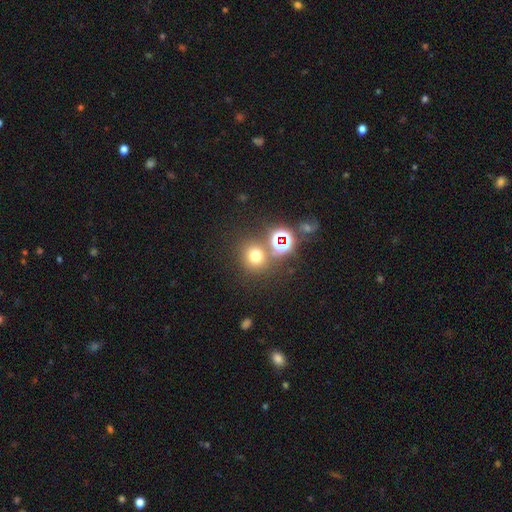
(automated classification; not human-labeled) Smooth or featured? smooth (64%)
How rounded? round (86%)
Merging? none (71%)